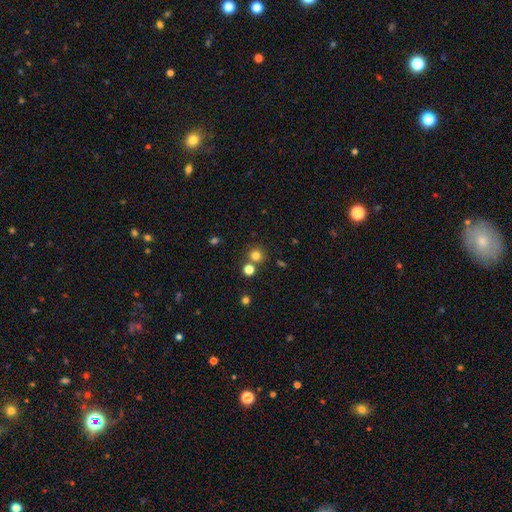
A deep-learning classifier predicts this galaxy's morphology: smooth_or_featured: smooth (p=0.78) [alt: star or artifact p=0.16]
how_rounded: round (p=0.92) [alt: in between p=0.07]
merging: none (p=0.73) [alt: merger p=0.17]